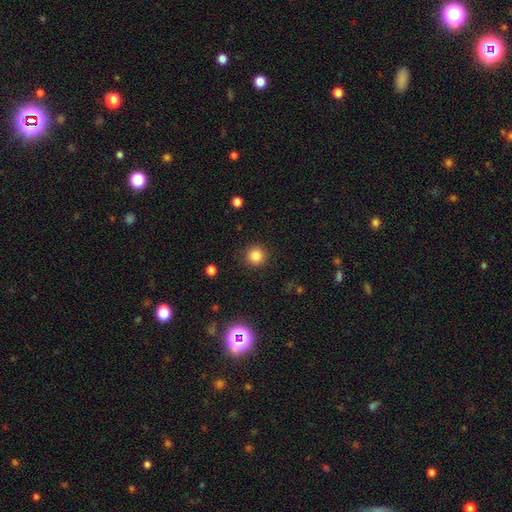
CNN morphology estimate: This appears to be a smooth galaxy with no disk features (84%) that is round (94%). Merging: none (90%).